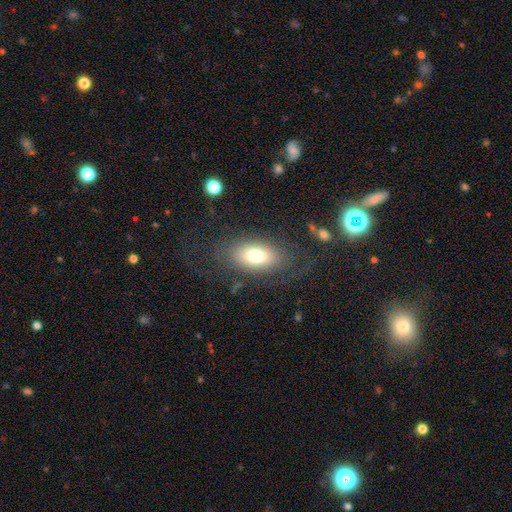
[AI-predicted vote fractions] A smooth galaxy with no disk features (68%) that is in between round and cigar-shaped (89%).

Vote fractions:
- Smooth or featured? smooth: 68% / featured or disk: 24% / star or artifact: 9%
- How rounded? in between: 89% / round: 7% / cigar-shaped: 4%
- Merging? none: 71% / minor disturbance: 14% / major disturbance: 13% / merger: 2%